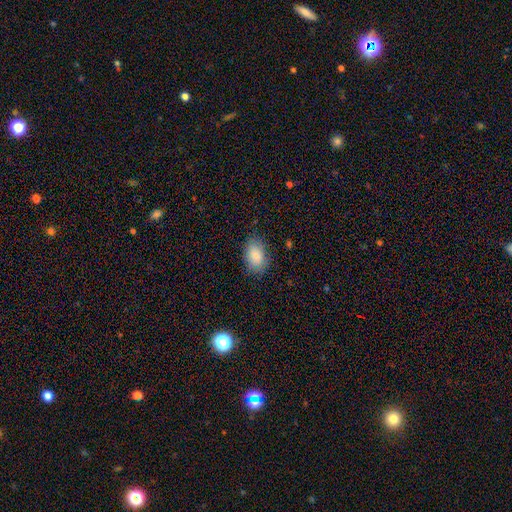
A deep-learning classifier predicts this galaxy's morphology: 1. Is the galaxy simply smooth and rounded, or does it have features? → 86% smooth, 7% featured or disk, 7% star or artifact.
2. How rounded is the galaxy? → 89% in between, 9% round, 1% cigar-shaped.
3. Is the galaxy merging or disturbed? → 82% none, 14% minor disturbance, 3% major disturbance, 1% merger.